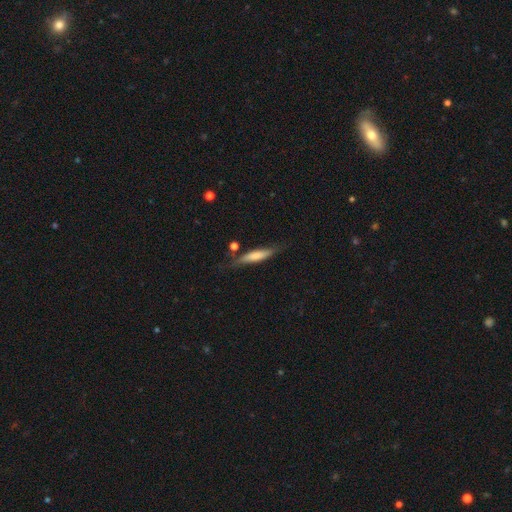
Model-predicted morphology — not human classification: Q: Smooth or featured?
A: smooth (62%); runner-up: featured or disk (31%)
Q: How rounded?
A: cigar-shaped (83%); runner-up: in between (15%)
Q: Merging?
A: none (69%); runner-up: minor disturbance (20%)